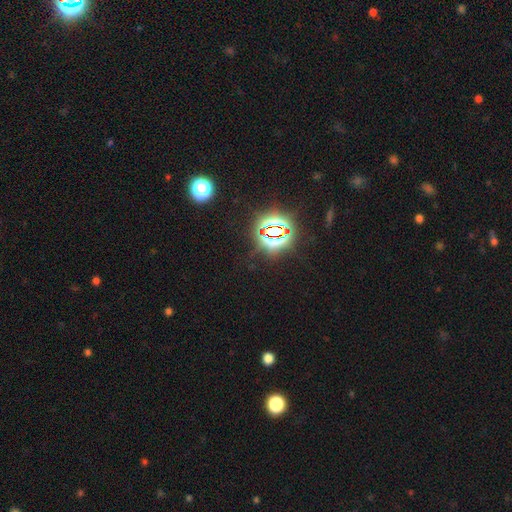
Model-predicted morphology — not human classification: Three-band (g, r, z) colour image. It shows a star or artifact, not a galaxy (81%).